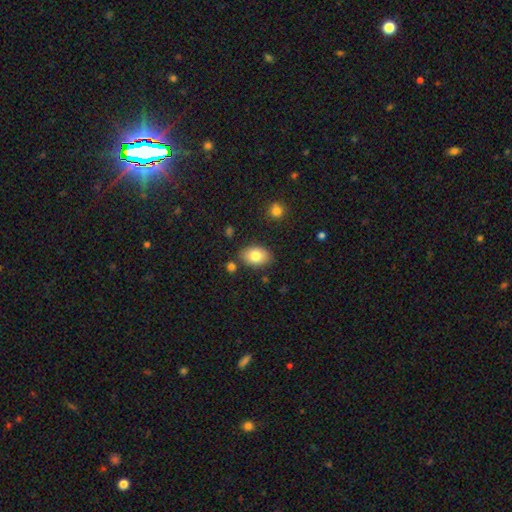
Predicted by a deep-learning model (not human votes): Smooth or featured? smooth (81%)
How rounded? in between (84%)
Merging? none (82%)